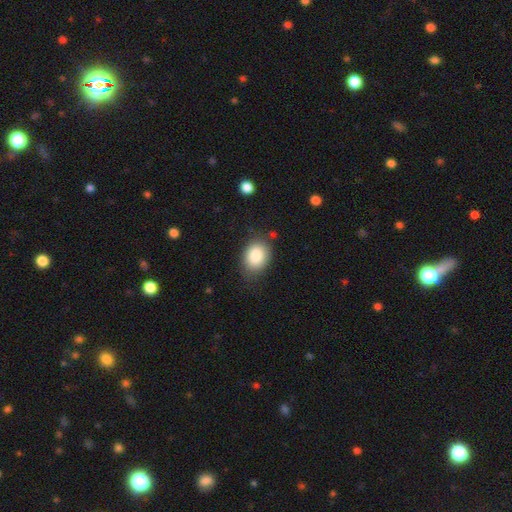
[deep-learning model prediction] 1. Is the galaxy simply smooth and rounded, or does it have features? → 86% smooth, 7% star or artifact, 6% featured or disk.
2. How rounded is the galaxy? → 71% in between, 28% round, 1% cigar-shaped.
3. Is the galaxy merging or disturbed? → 74% none, 19% minor disturbance, 5% major disturbance, 2% merger.